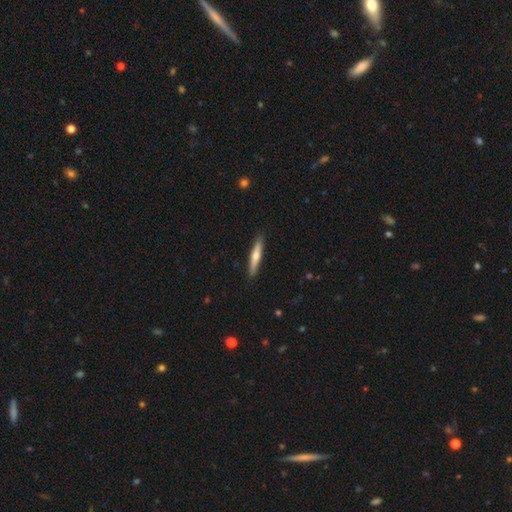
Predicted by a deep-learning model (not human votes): Overall: smooth (52%; featured or disk 42%). How rounded: cigar-shaped (92%). Merging: none (90%).